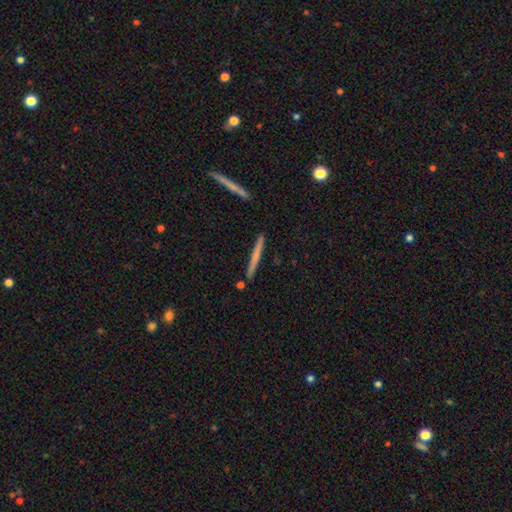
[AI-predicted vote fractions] Q: Smooth or featured?
A: smooth (55%); runner-up: featured or disk (39%)
Q: How rounded?
A: cigar-shaped (96%); runner-up: in between (2%)
Q: Merging?
A: none (88%); runner-up: minor disturbance (8%)